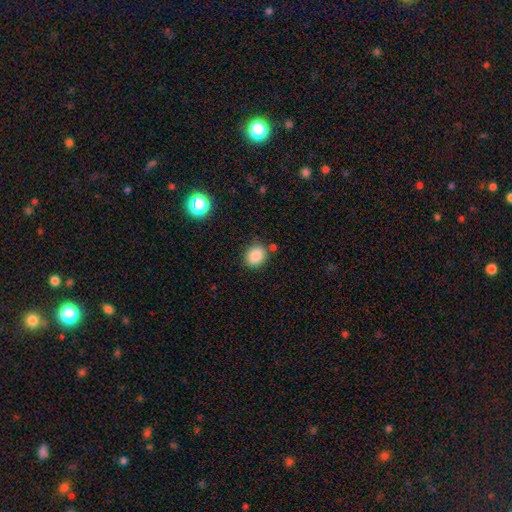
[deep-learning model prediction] Smooth or featured? Predicted: smooth (p=0.86). How rounded? Predicted: round (p=0.59). Merging? Predicted: none (p=0.79).